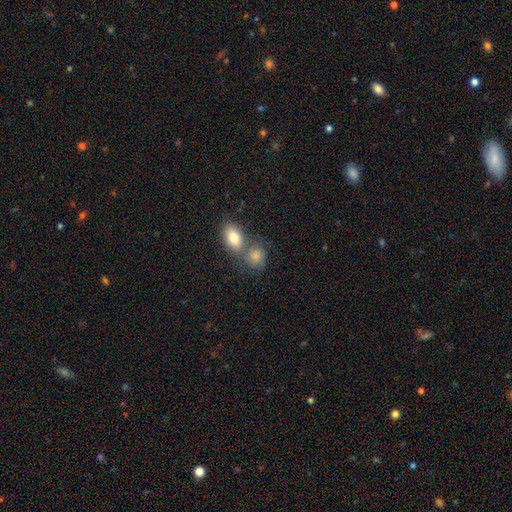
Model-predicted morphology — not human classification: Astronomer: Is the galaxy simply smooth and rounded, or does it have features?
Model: smooth — 77%.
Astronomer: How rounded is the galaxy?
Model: in between — 55% (runner-up: round, 44%).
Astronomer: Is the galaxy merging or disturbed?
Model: merger — 46% (runner-up: none, 36%).